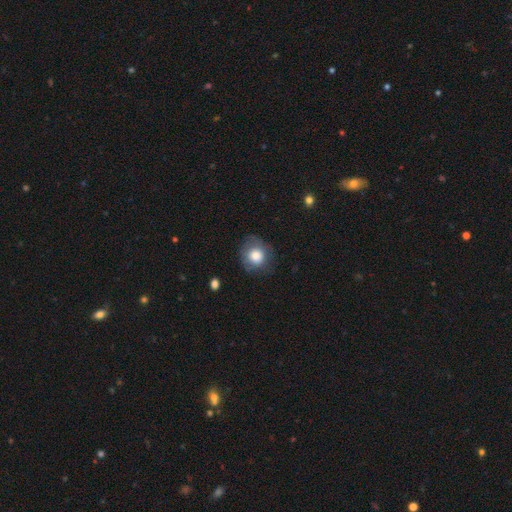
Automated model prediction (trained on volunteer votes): This appears to be a smooth galaxy with no disk features (77%) that is round (81%). Merging: none (68%).